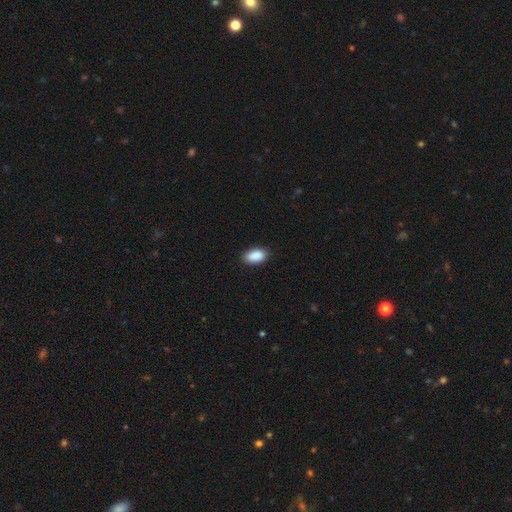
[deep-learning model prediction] Q: Smooth or featured?
A: smooth (90%); runner-up: star or artifact (7%)
Q: How rounded?
A: in between (93%); runner-up: round (5%)
Q: Merging?
A: none (86%); runner-up: minor disturbance (10%)